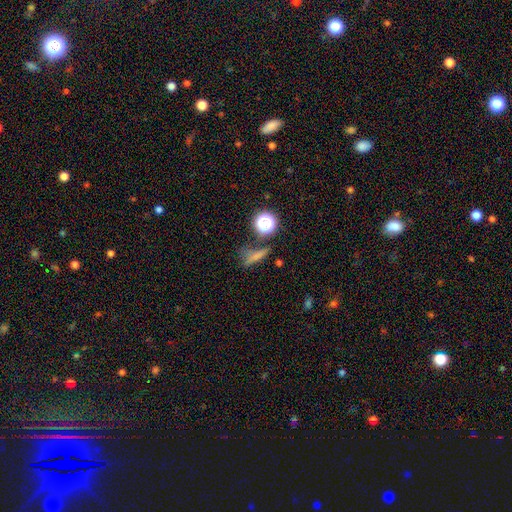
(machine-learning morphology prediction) The model was most divided on "how rounded": cigar-shaped: 52%, round: 24%, in between: 24%. More confident: smooth or featured — smooth (62%); merging — none (61%).